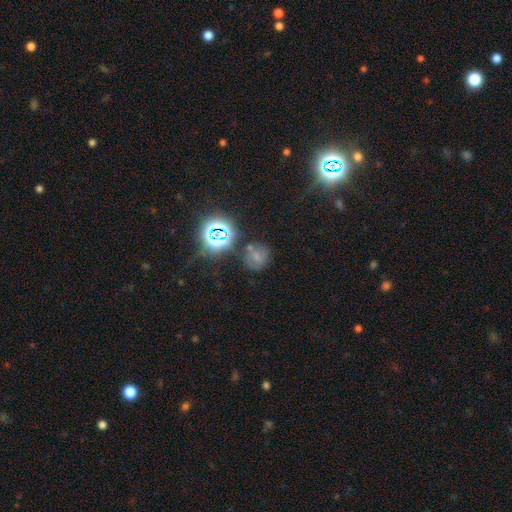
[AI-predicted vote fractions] smooth 48%, star or artifact 32%, featured or disk 20%. Down the decision tree: merging — none (68%).